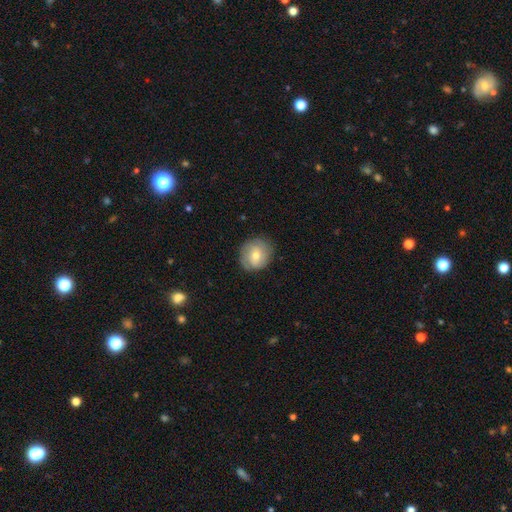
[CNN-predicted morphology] Smooth or featured? smooth (54%)
How rounded? round (80%)
Merging? none (78%)